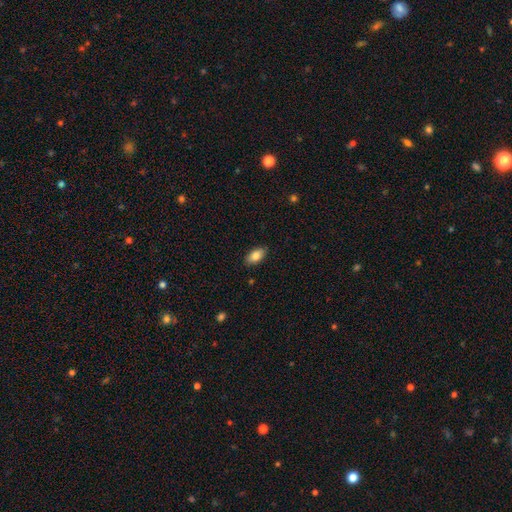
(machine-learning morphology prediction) smooth-or-featured: smooth: 83% | featured or disk: 10% | star or artifact: 7%
  how-rounded: in between: 92% | round: 4% | cigar-shaped: 4%
  merging: none: 88% | minor disturbance: 10% | major disturbance: 2% | merger: 1%